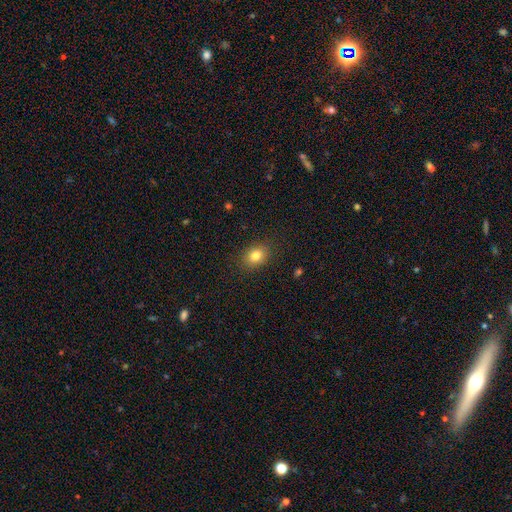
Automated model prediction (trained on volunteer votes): Smooth or featured? Predicted: smooth (p=0.82). How rounded? Predicted: in between (p=0.61). Merging? Predicted: none (p=0.87).